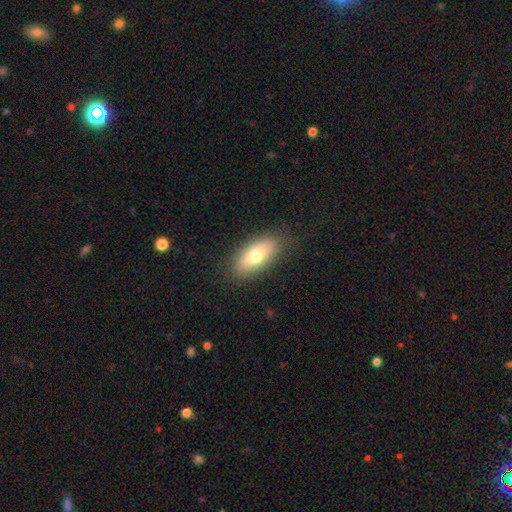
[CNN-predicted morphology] A smooth galaxy with no disk features (73%) that is in between round and cigar-shaped (85%).

Vote fractions:
- Smooth or featured? smooth: 73% / featured or disk: 20% / star or artifact: 7%
- How rounded? in between: 85% / cigar-shaped: 12% / round: 3%
- Merging? none: 84% / minor disturbance: 12% / major disturbance: 3% / merger: 1%